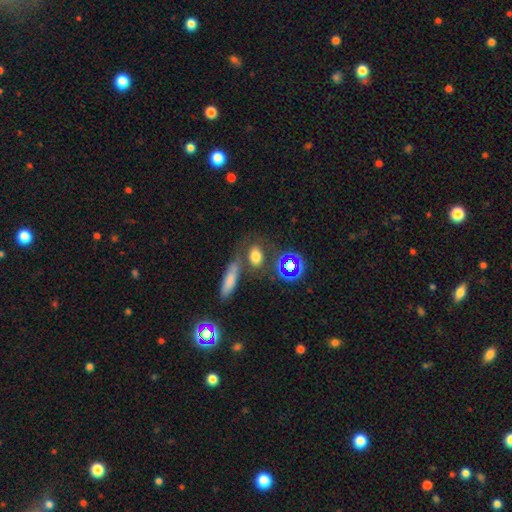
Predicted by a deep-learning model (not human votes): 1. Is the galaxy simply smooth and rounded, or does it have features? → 69% smooth, 18% star or artifact, 12% featured or disk.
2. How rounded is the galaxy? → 66% in between, 27% round, 6% cigar-shaped.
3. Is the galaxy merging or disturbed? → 65% none, 15% merger, 13% minor disturbance, 6% major disturbance.